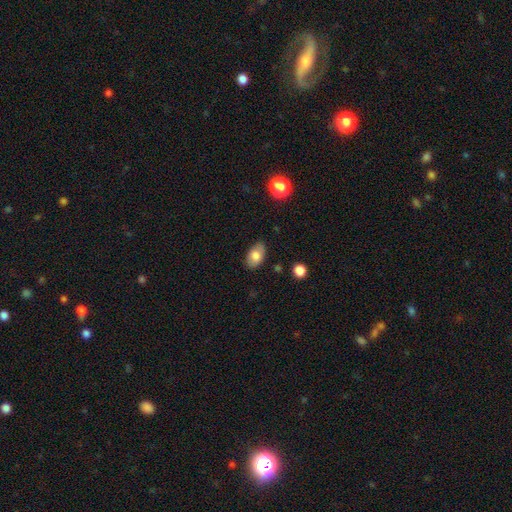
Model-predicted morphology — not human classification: Q: Smooth or featured?
A: smooth (78%); runner-up: featured or disk (15%)
Q: How rounded?
A: in between (91%); runner-up: round (8%)
Q: Merging?
A: none (79%); runner-up: minor disturbance (16%)